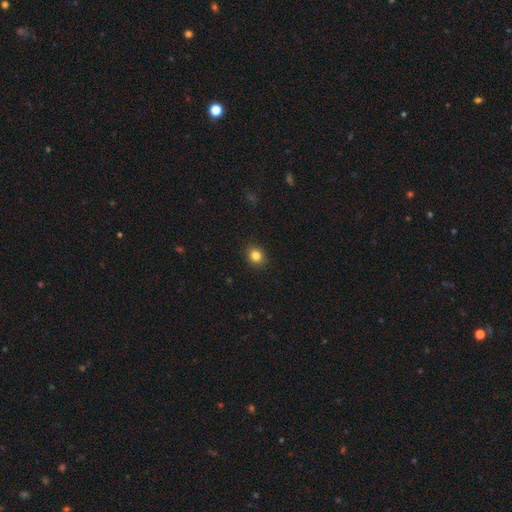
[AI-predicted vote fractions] This is clearly a smooth galaxy (84%). How rounded: likely round (68%). Merging: clearly none (91%).